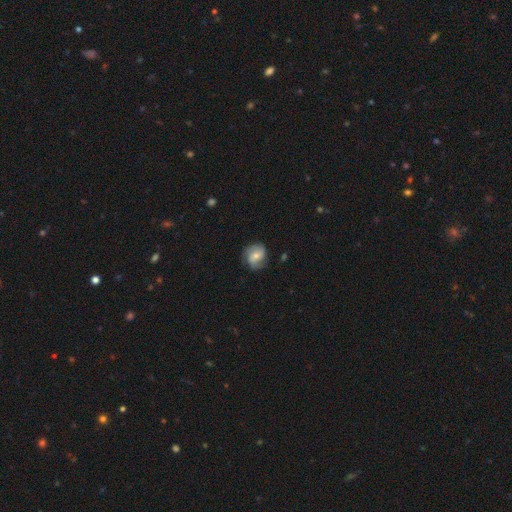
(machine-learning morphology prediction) smooth-or-featured: featured or disk: 57% | smooth: 35% | star or artifact: 8%
  disk-edge-on: no: 97% | yes: 3%
    bar: no: 56% | weak: 35% | strong: 9%
    has-spiral-arms: yes: 88% | no: 12%
    bulge-size: small: 48% | moderate: 47% | none: 3% | large: 2% | dominant: 1%
  merging: none: 71% | minor disturbance: 21% | major disturbance: 7% | merger: 1%